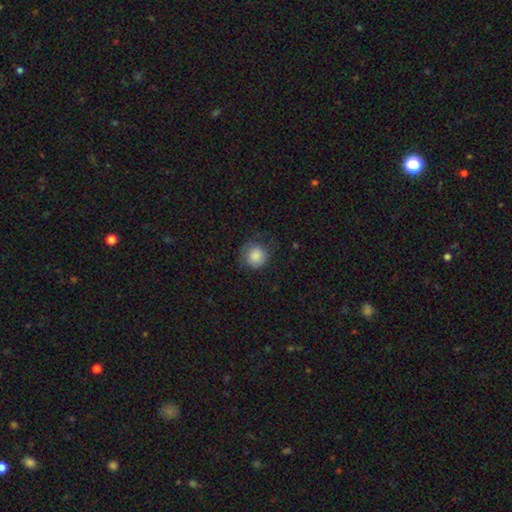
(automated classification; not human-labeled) smooth 84%, featured or disk 9%, star or artifact 8%. Down the decision tree: how rounded — round (90%); merging — none (68%).